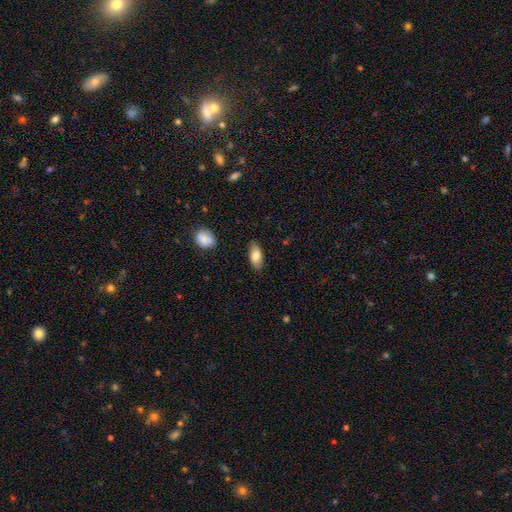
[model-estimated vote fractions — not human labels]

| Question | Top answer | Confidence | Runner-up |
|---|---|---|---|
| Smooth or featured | smooth | 79% | featured or disk (15%) |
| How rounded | in between | 88% | cigar-shaped (10%) |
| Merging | none | 85% | minor disturbance (11%) |